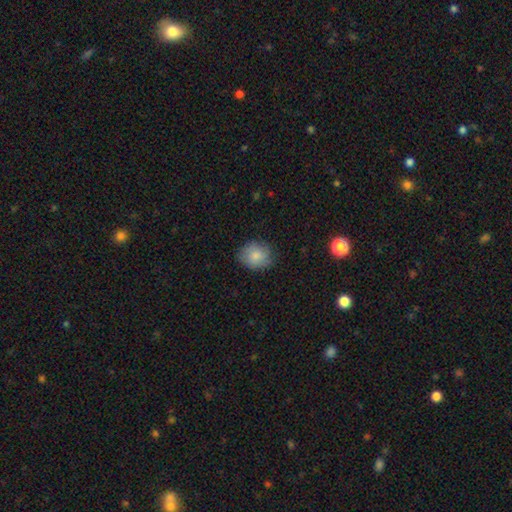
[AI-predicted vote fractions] This appears to be a smooth galaxy with no disk features (81%) that is round (64%). Merging: none (75%).